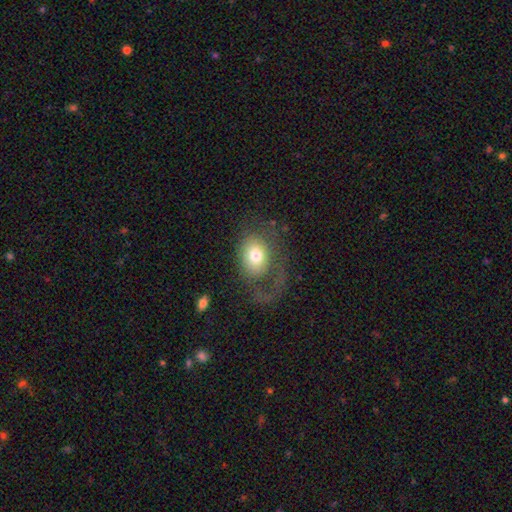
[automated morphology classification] smooth 64%, featured or disk 27%, star or artifact 9%. Down the decision tree: how rounded — in between (63%); merging — major disturbance (49%).